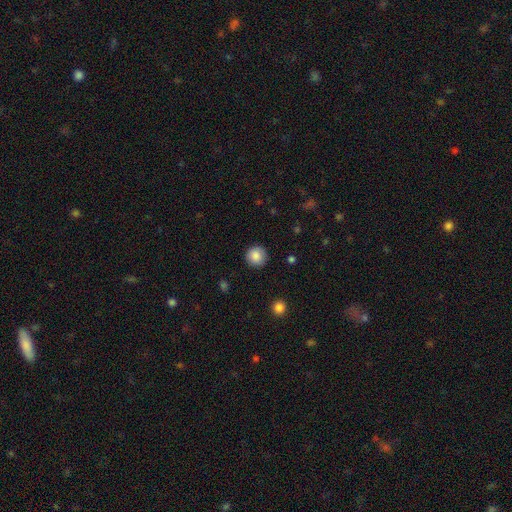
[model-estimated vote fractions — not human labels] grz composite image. It shows a smooth galaxy with no disk features (87%) that is round (94%). Merging: none (91%).